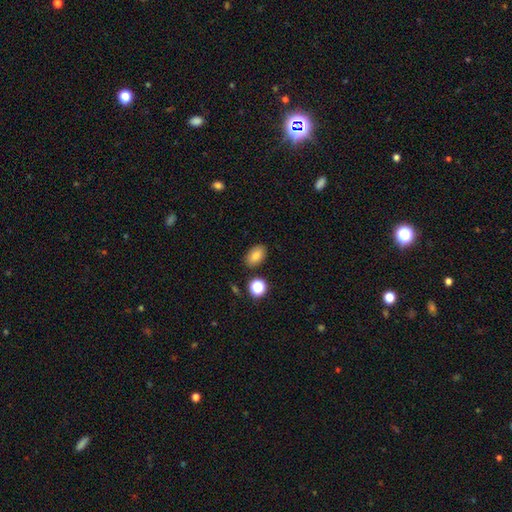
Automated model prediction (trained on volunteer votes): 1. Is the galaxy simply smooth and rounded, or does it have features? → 82% smooth, 11% star or artifact, 8% featured or disk.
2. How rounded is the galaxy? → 87% in between, 12% round, 1% cigar-shaped.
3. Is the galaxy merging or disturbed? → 85% none, 10% minor disturbance, 3% merger, 2% major disturbance.